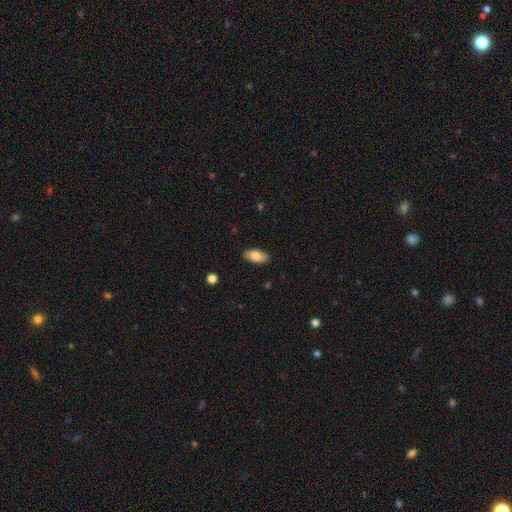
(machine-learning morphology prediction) type=smooth (82%); roundness=in between (93%); merging=none (88%).